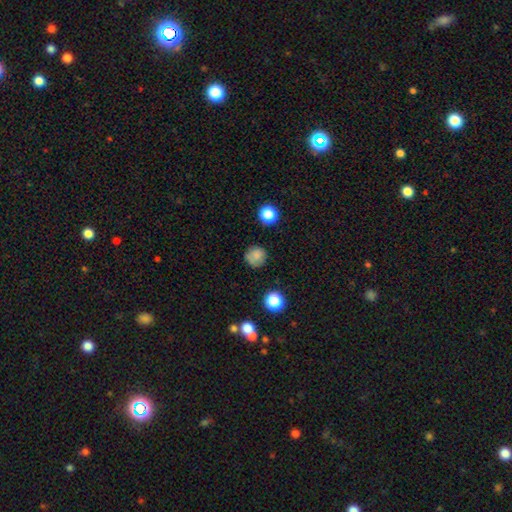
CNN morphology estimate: Smooth or featured: smooth — 78% (star or artifact — 13%)
How rounded: round — 91% (in between — 8%)
Merging: none — 78% (minor disturbance — 15%)